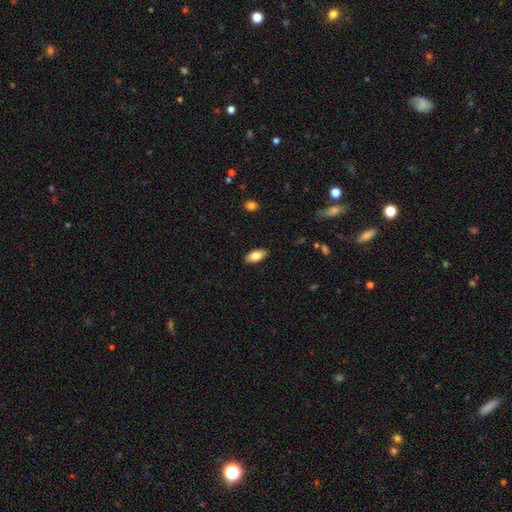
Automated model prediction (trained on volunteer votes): Smooth or featured? Predicted: smooth (p=0.79). How rounded? Predicted: in between (p=0.88). Merging? Predicted: none (p=0.88).